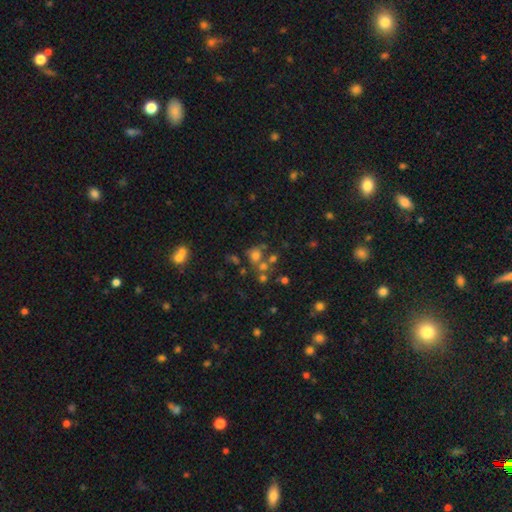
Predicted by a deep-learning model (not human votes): Smooth or featured? Predicted: smooth (p=0.57). How rounded? Predicted: round (p=0.71). Merging? Predicted: none (p=0.45).